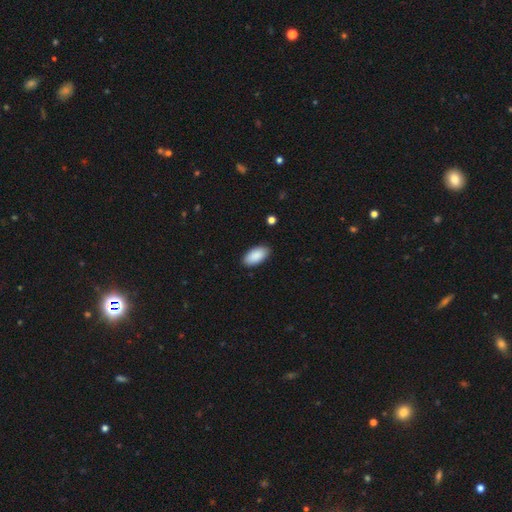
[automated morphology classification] Smooth or featured: smooth — 90% (star or artifact — 6%)
How rounded: in between — 95% (cigar-shaped — 3%)
Merging: none — 88% (minor disturbance — 9%)